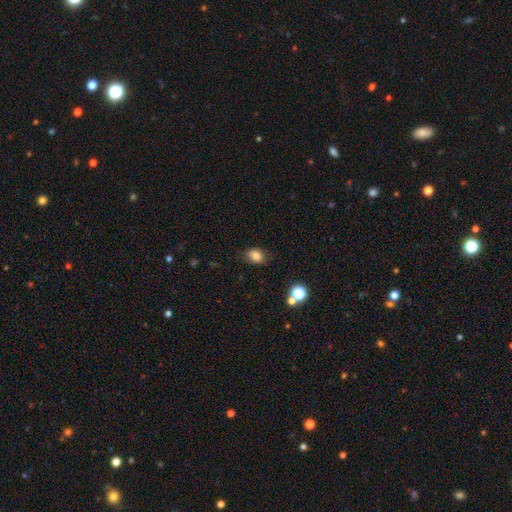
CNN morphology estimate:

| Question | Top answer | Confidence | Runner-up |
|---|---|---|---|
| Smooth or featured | smooth | 82% | star or artifact (11%) |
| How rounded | in between | 64% | round (35%) |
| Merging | none | 79% | minor disturbance (15%) |